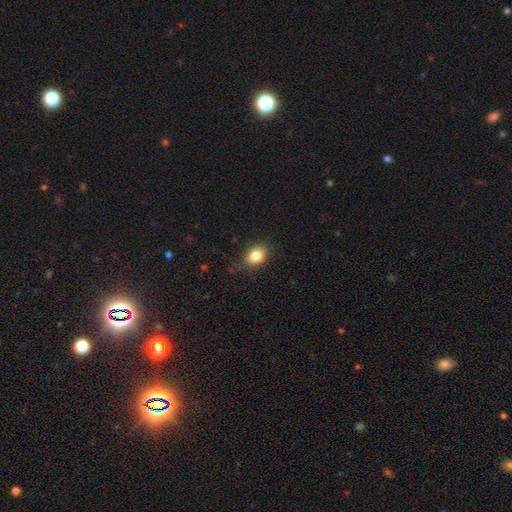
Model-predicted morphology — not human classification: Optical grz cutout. It shows a smooth galaxy with no disk features (83%) that is in between round and cigar-shaped (65%). Merging: none (82%).